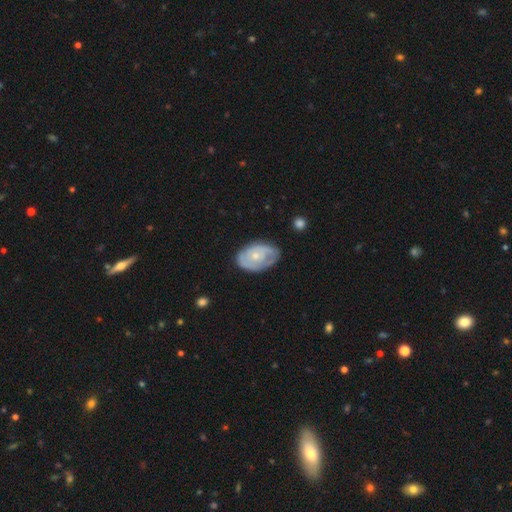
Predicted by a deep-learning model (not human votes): Smooth or featured? featured or disk (63%)
Edge-on disk? no (95%)
Bar? no (85%)
Spiral arms? yes (62%)
Bulge size? small (61%)
Merging? none (67%)